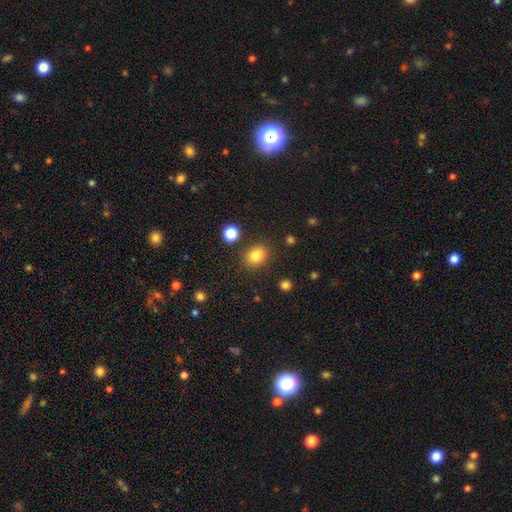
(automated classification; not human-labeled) Smooth or featured? smooth (83%)
How rounded? in between (52%)
Merging? none (82%)